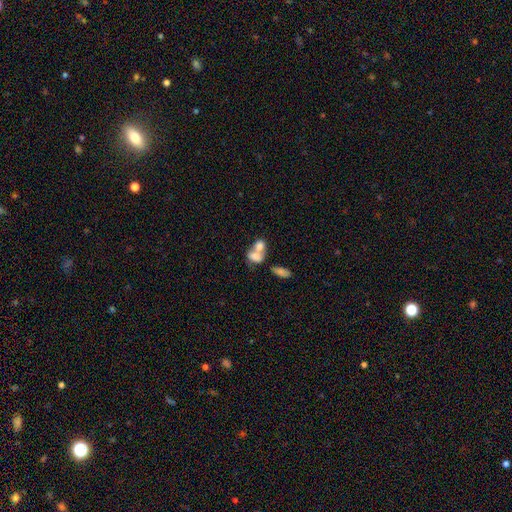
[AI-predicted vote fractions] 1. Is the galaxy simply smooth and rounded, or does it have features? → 72% smooth, 19% featured or disk, 9% star or artifact.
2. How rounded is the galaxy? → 76% in between, 21% round, 3% cigar-shaped.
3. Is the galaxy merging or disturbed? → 67% merger, 19% none, 7% minor disturbance, 6% major disturbance.